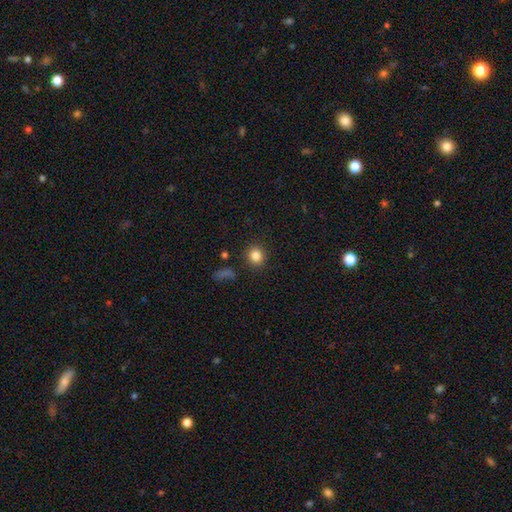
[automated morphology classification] Q: Smooth or featured?
A: smooth (84%); runner-up: star or artifact (11%)
Q: How rounded?
A: round (88%); runner-up: in between (11%)
Q: Merging?
A: none (89%); runner-up: minor disturbance (6%)